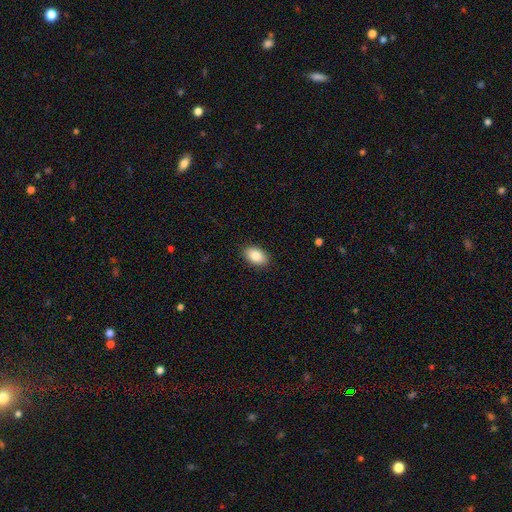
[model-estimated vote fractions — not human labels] This appears to be a smooth galaxy with no disk features (86%) that is in between round and cigar-shaped (91%). Merging: none (89%).